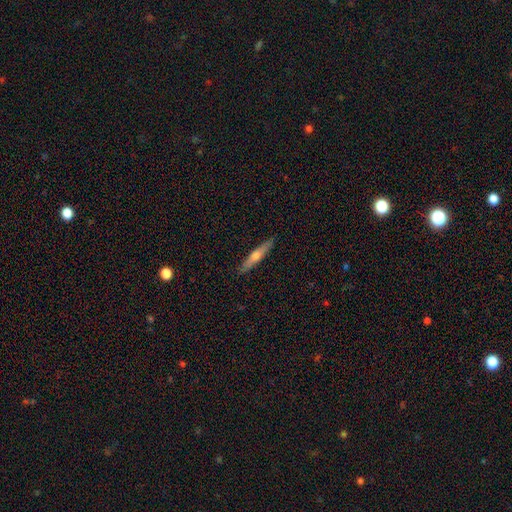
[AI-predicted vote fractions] smooth_or_featured: featured or disk (p=0.54) [alt: smooth p=0.40]
disk_edge_on: yes (p=0.94) [alt: no p=0.06]
edge_on_bulge: rounded (p=0.85) [alt: none p=0.12]
merging: none (p=0.91) [alt: minor disturbance p=0.07]